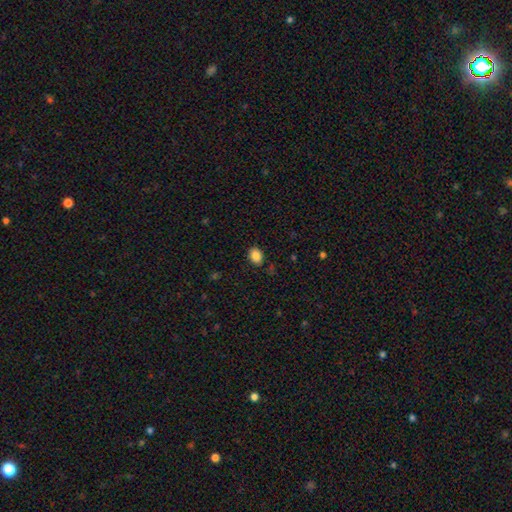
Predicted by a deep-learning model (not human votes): smooth-or-featured: smooth: 86% | star or artifact: 9% | featured or disk: 5%
  how-rounded: in between: 65% | round: 34% | cigar-shaped: 1%
  merging: none: 83% | minor disturbance: 12% | major disturbance: 3% | merger: 2%